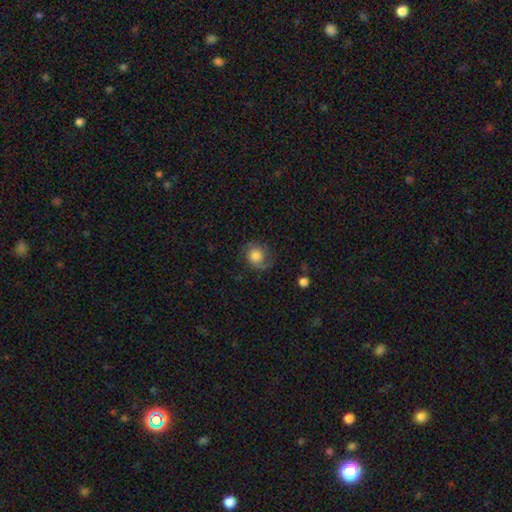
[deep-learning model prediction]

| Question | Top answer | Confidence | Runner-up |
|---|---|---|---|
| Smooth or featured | smooth | 66% | featured or disk (25%) |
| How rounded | round | 71% | in between (29%) |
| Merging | none | 66% | minor disturbance (22%) |